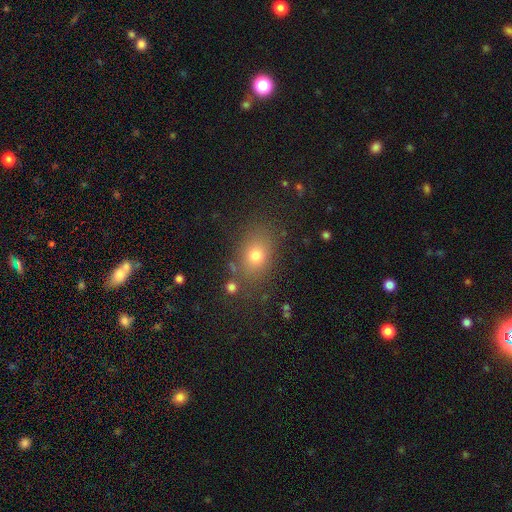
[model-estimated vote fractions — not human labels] Smooth or featured? Predicted: smooth (p=0.75). How rounded? Predicted: in between (p=0.64). Merging? Predicted: none (p=0.78).